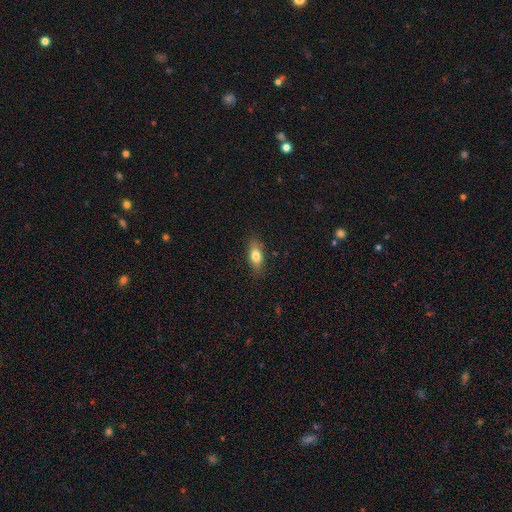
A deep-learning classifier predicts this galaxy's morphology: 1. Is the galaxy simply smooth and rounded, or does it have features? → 78% smooth, 14% featured or disk, 8% star or artifact.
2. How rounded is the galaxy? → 79% in between, 16% cigar-shaped, 5% round.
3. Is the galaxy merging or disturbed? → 84% none, 12% minor disturbance, 3% major disturbance, 1% merger.